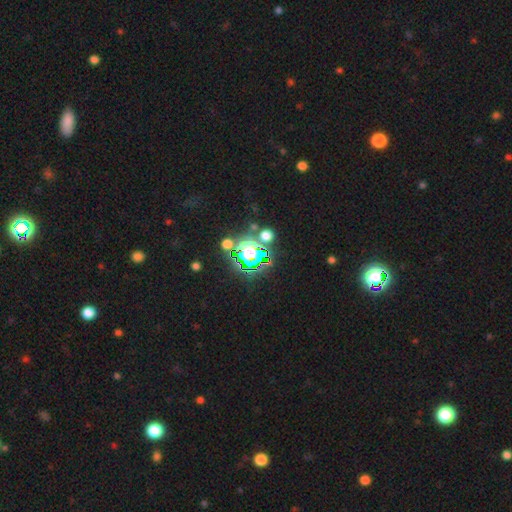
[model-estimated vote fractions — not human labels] smooth-or-featured: star or artifact: 74% | smooth: 17% | featured or disk: 9%